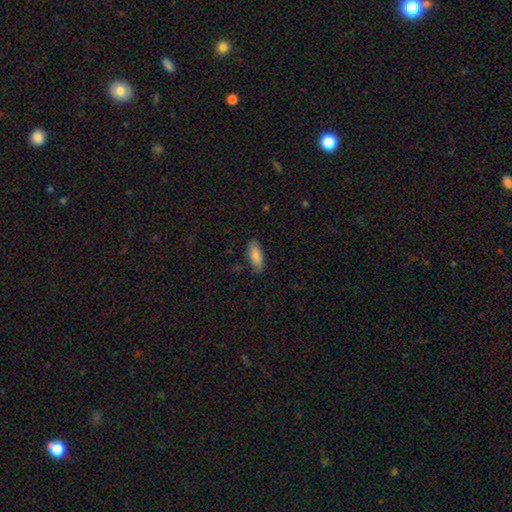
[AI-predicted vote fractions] The model was most divided on "how rounded": in between: 75%, cigar-shaped: 23%, round: 2%. More confident: merging — none (86%); smooth or featured — smooth (85%).